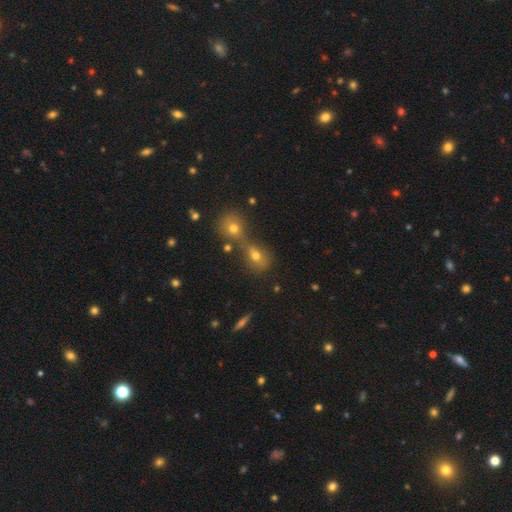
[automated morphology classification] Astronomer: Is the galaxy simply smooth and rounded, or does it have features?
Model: smooth — 68%.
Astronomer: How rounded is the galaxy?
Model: round — 51% (runner-up: in between, 46%).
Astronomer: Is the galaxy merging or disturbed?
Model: merger — 57%.